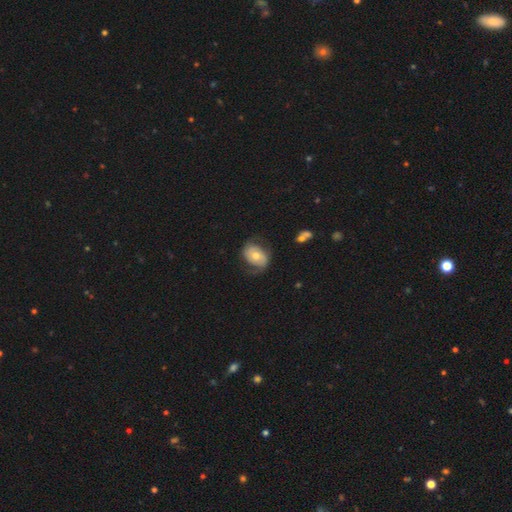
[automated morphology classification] This appears to be a featured or disk galaxy (57%) with no bar (69%), spiral arms (76%) and a moderate central bulge (67%). Merging: none (60%).